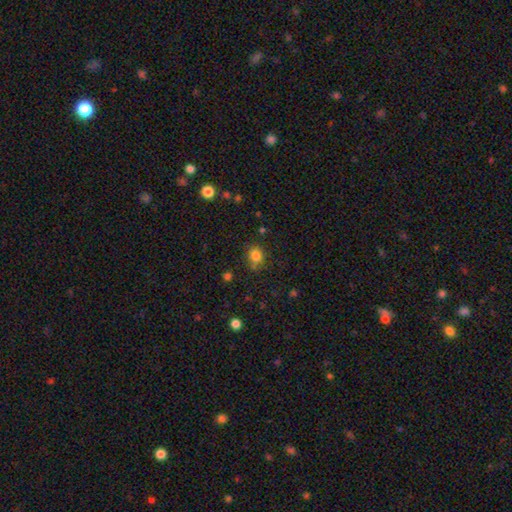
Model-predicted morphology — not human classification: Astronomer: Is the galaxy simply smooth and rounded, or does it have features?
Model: smooth — 81%.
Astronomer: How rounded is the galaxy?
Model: round — 75%.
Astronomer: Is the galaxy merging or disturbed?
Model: none — 75%.